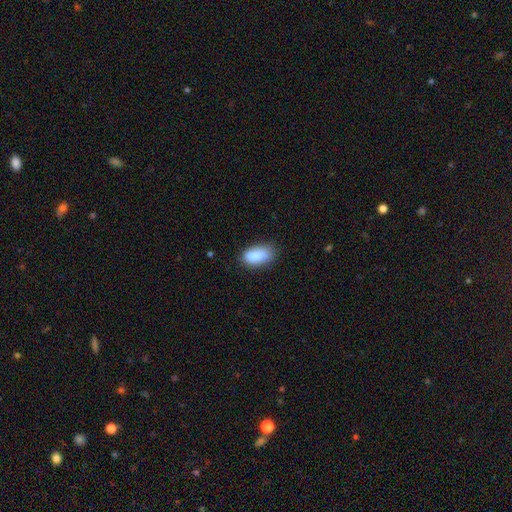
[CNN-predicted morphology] smooth_or_featured: smooth (p=0.87) [alt: star or artifact p=0.07]
how_rounded: in between (p=0.90) [alt: cigar-shaped p=0.06]
merging: none (p=0.71) [alt: minor disturbance p=0.23]